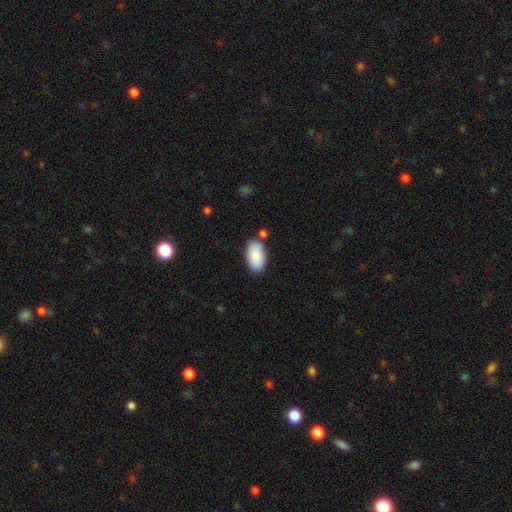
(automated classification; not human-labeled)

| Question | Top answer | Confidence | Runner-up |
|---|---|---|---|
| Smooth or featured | smooth | 88% | featured or disk (6%) |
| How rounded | in between | 96% | round (3%) |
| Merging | none | 77% | minor disturbance (13%) |